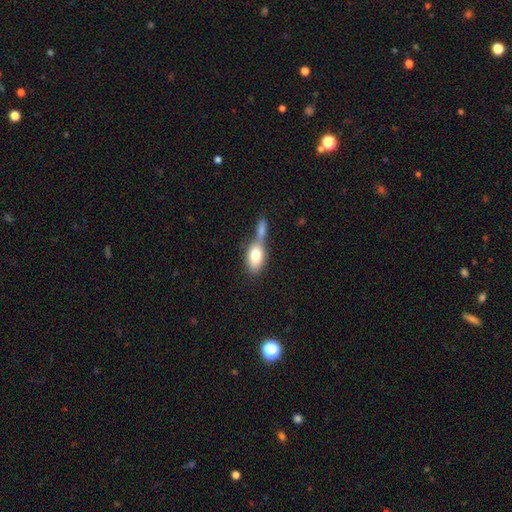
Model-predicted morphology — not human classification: A smooth galaxy with no disk features (78%) that is in between round and cigar-shaped (87%). Merging: merger (53%).